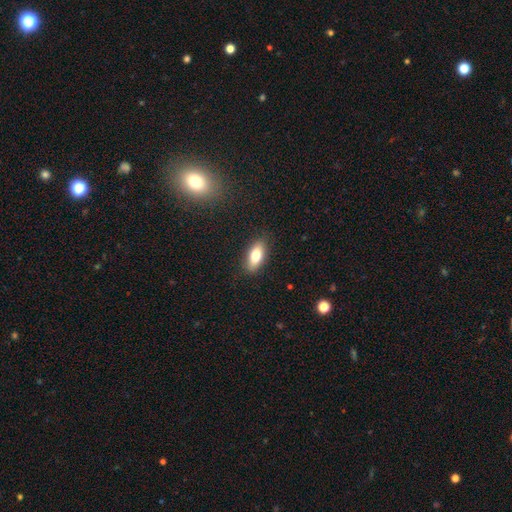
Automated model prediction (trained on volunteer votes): Overall: smooth (77%). How rounded: in between (84%). Merging: none (87%).